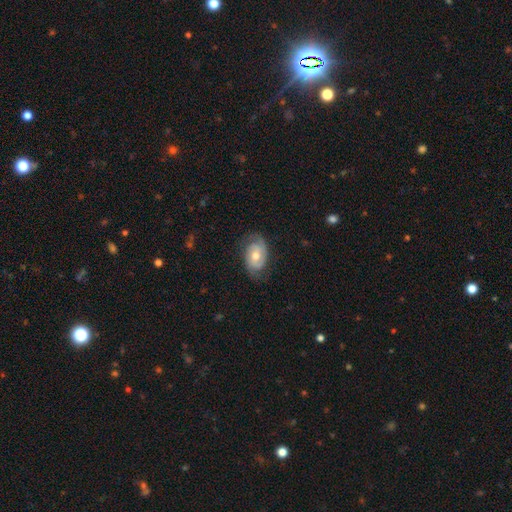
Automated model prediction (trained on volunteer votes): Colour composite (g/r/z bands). It shows a featured or disk galaxy (72%) with no bar (65%), 2 (79%) tight (45%) spiral arms (90%) and a moderate central bulge (69%). Merging: none (74%).